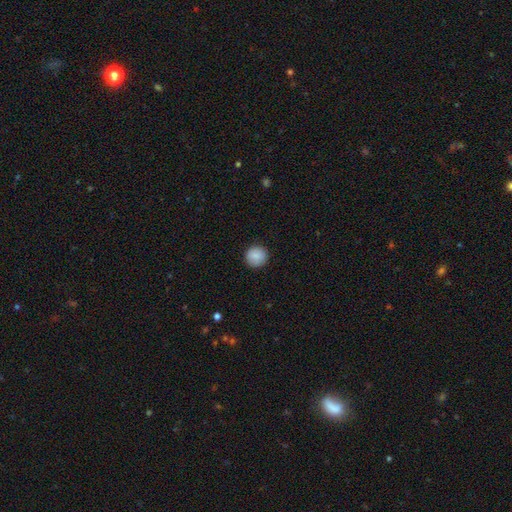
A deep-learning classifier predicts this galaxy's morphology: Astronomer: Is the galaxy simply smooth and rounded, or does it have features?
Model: smooth — 87%.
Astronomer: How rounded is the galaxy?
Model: round — 95%.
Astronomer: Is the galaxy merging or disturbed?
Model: none — 91%.